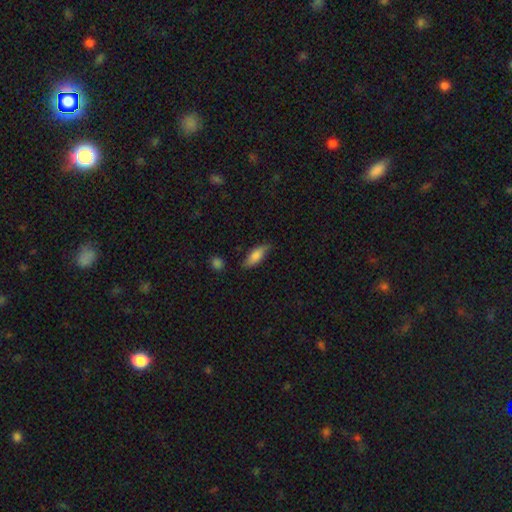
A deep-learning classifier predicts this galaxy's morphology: The model was most divided on "how rounded": in between: 64%, cigar-shaped: 34%, round: 2%. More confident: smooth or featured — smooth (74%); merging — none (73%).